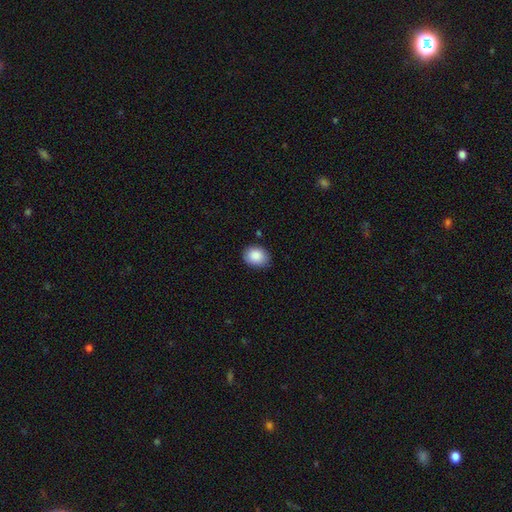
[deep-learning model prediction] This appears to be a smooth galaxy with no disk features (89%) that is in between round and cigar-shaped (58%). Merging: none (82%).